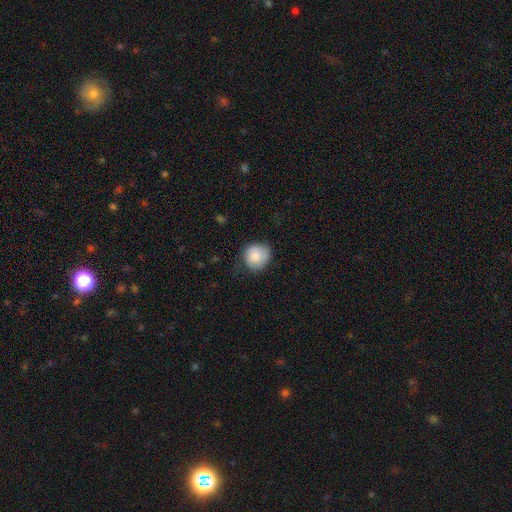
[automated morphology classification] The model was most divided on "merging": none: 67%, minor disturbance: 25%, major disturbance: 6%, merger: 1%. More confident: how rounded — round (83%); smooth or featured — smooth (82%).